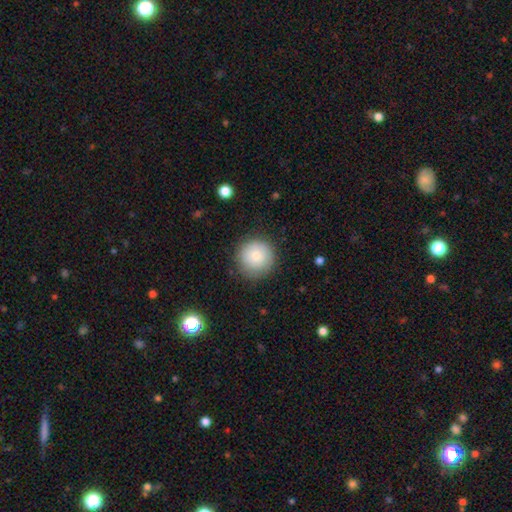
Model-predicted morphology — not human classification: This is likely a smooth galaxy (79%). How rounded: clearly round (95%). Merging: clearly none (84%).